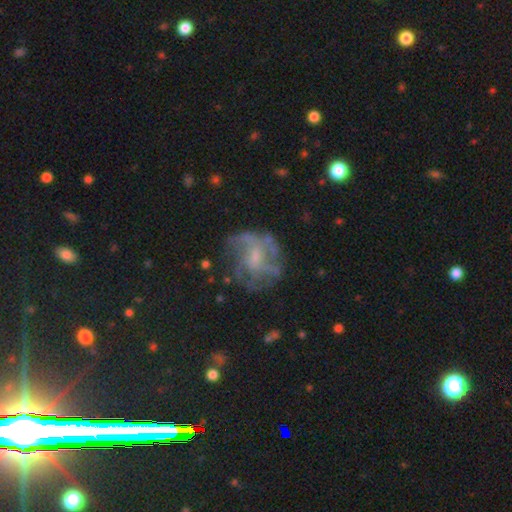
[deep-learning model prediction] Smooth or featured? featured or disk (68%)
Edge-on disk? no (97%)
Bar? no (60%)
Spiral arms? yes (68%)
Bulge size? small (46%)
Merging? none (59%)